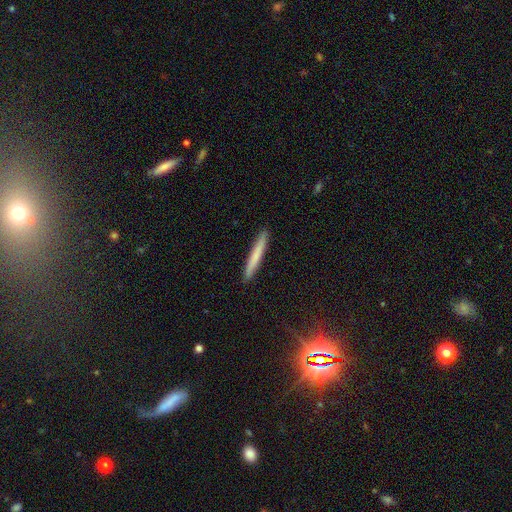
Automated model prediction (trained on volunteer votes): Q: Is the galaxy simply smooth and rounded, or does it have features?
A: smooth — 69%.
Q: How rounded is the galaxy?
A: cigar-shaped — 97%.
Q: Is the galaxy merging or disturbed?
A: none — 92%.